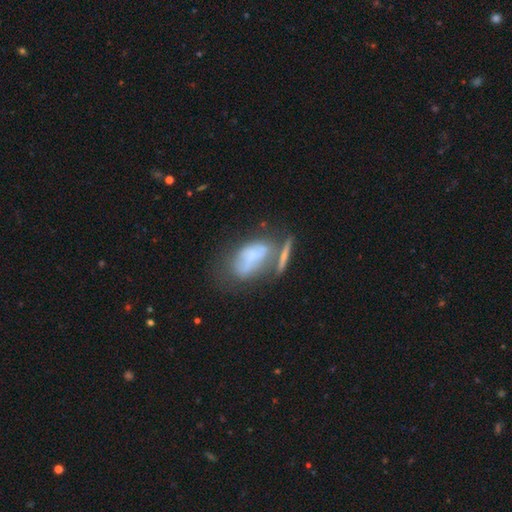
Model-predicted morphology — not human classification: Smooth or featured? Predicted: smooth (p=0.50). Merging? Predicted: merger (p=0.44).